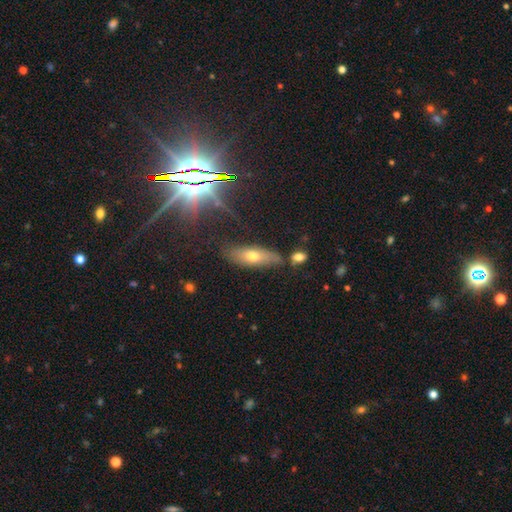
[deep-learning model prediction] Q: Smooth or featured?
A: smooth (39%); runner-up: star or artifact (32%)
Q: Merging?
A: none (77%); runner-up: minor disturbance (14%)